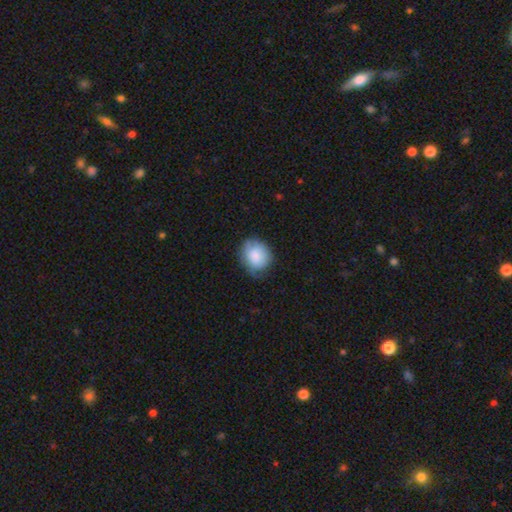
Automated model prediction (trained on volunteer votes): Smooth or featured? smooth (82%)
How rounded? round (65%)
Merging? none (60%)